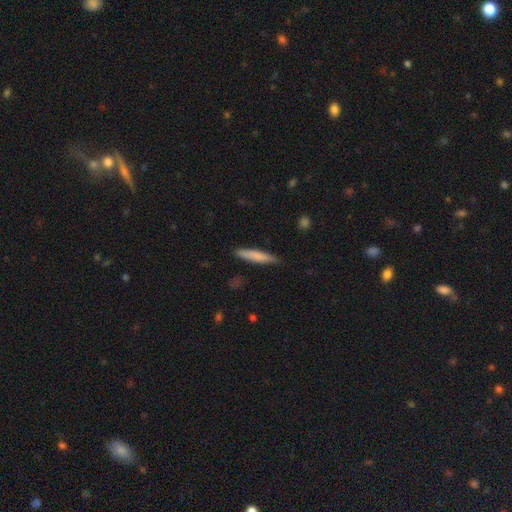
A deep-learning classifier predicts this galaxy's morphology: type=smooth (77%); roundness=cigar-shaped (91%); merging=none (85%).